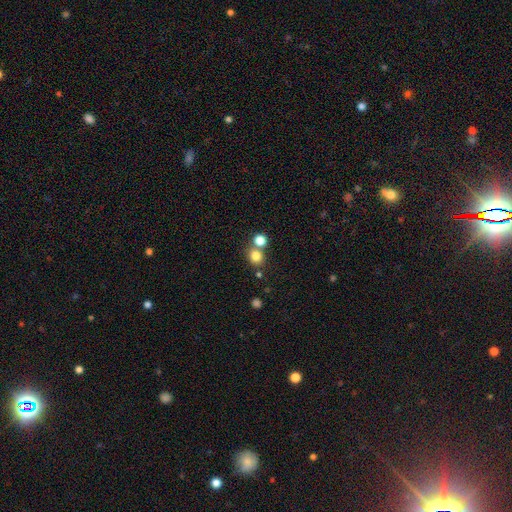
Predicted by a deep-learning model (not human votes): smooth-or-featured: smooth: 79% | star or artifact: 14% | featured or disk: 7%
  how-rounded: round: 82% | in between: 17% | cigar-shaped: 1%
  merging: none: 60% | merger: 30% | minor disturbance: 7% | major disturbance: 3%